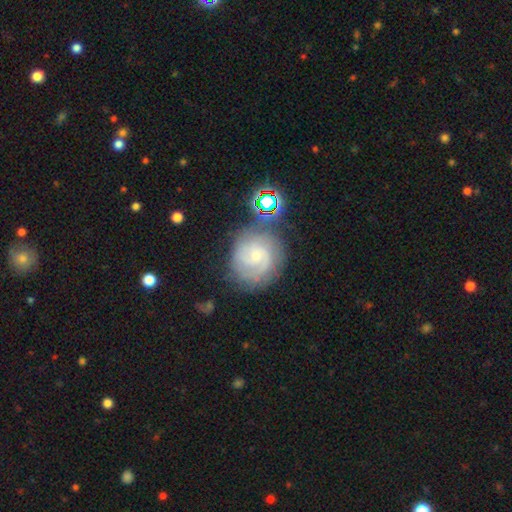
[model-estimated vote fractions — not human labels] Smooth or featured: featured or disk — 76% (smooth — 15%)
Edge-on disk: no — 98% (yes — 2%)
Bar: no — 62% (weak — 33%)
Spiral arms: yes — 95% (no — 5%)
Spiral winding: tight — 53% (medium — 37%)
Spiral arm count: 2 — 54% (can't tell — 20%)
Bulge size: small — 72% (moderate — 23%)
Merging: none — 66% (minor disturbance — 17%)